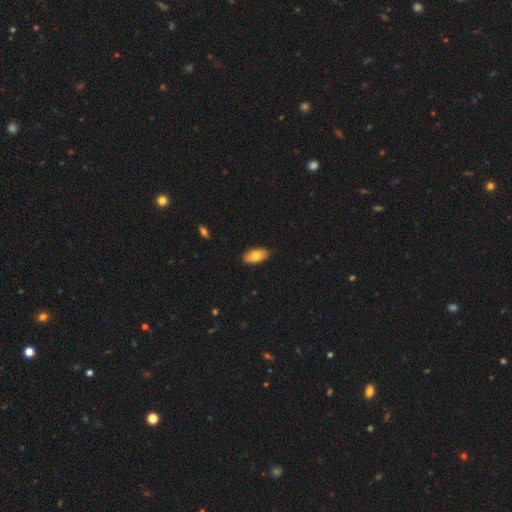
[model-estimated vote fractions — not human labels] Q: Smooth or featured?
A: smooth (73%); runner-up: featured or disk (21%)
Q: How rounded?
A: in between (93%); runner-up: cigar-shaped (4%)
Q: Merging?
A: none (88%); runner-up: minor disturbance (9%)